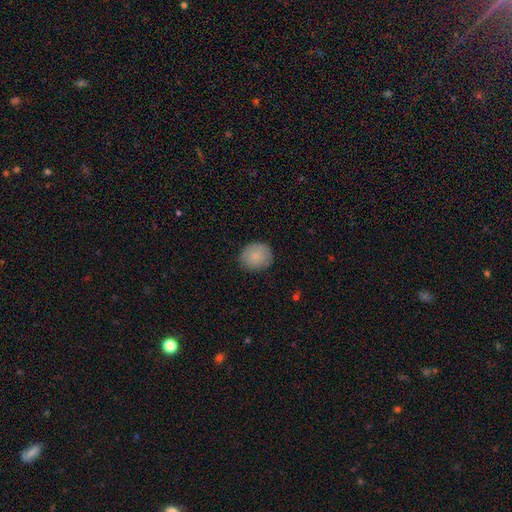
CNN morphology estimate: This is clearly a smooth galaxy (84%). How rounded: likely round (71%). Merging: clearly none (83%).